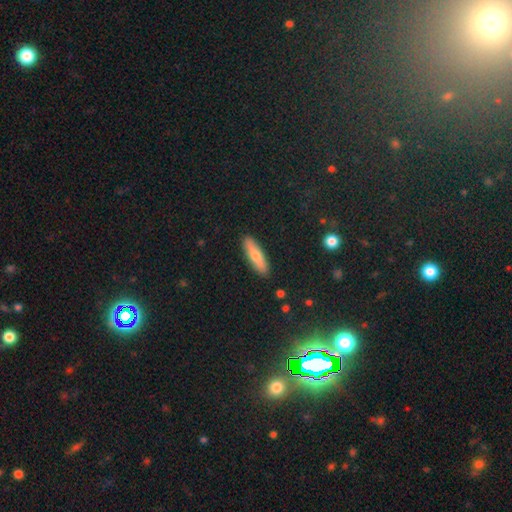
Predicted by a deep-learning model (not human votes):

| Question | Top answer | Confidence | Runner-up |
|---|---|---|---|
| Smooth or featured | smooth | 61% | featured or disk (30%) |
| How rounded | cigar-shaped | 71% | in between (26%) |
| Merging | none | 91% | minor disturbance (7%) |